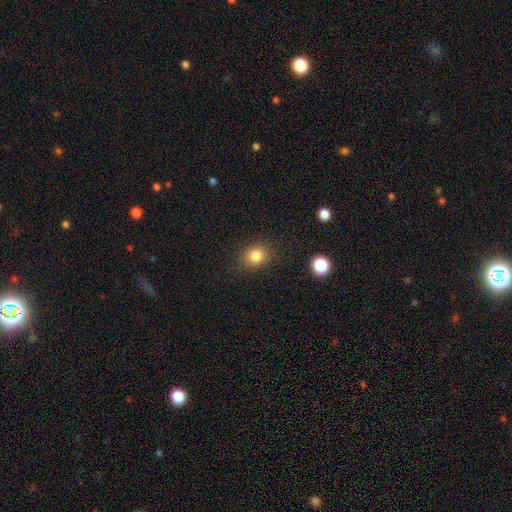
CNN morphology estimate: smooth 83%, star or artifact 11%, featured or disk 6%. Down the decision tree: how rounded — round (64%); merging — none (85%).